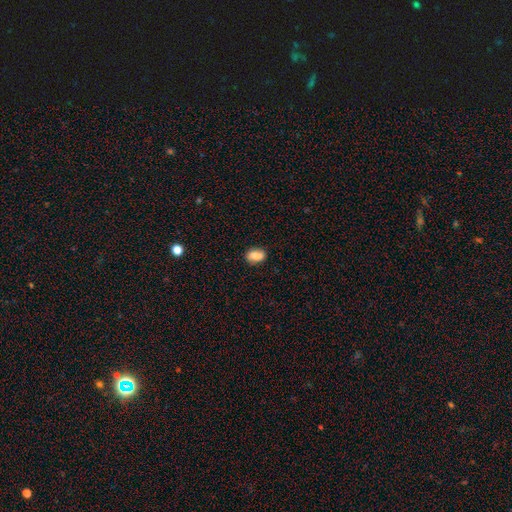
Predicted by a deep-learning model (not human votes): A smooth galaxy with no disk features (73%) that is in between round and cigar-shaped (80%).

Vote fractions:
- Smooth or featured? smooth: 73% / featured or disk: 18% / star or artifact: 9%
- How rounded? in between: 80% / round: 16% / cigar-shaped: 4%
- Merging? none: 82% / minor disturbance: 13% / major disturbance: 3% / merger: 2%